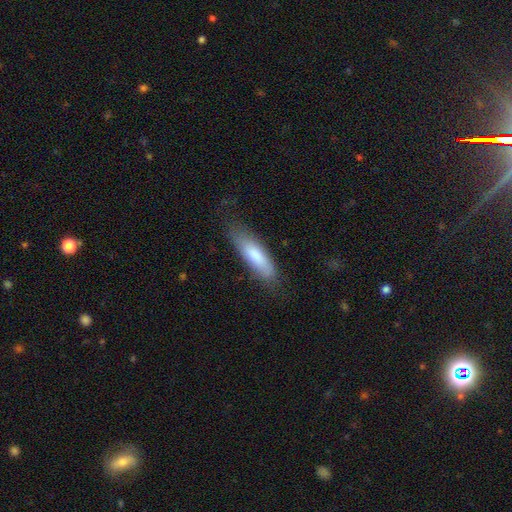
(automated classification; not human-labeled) A smooth galaxy with no disk features (81%) that is cigar-shaped (53%).

Vote fractions:
- Smooth or featured? smooth: 81% / featured or disk: 14% / star or artifact: 6%
- How rounded? cigar-shaped: 53% / in between: 45% / round: 2%
- Merging? none: 71% / minor disturbance: 21% / major disturbance: 6% / merger: 1%